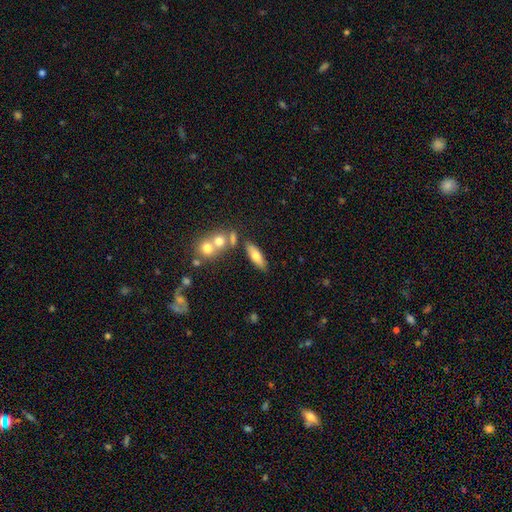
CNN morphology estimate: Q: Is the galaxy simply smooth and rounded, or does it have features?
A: smooth — 68%.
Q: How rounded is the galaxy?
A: in between — 62%.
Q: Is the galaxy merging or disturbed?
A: none — 71%.